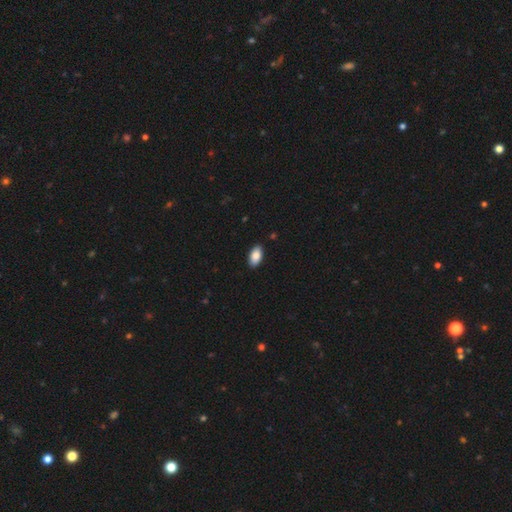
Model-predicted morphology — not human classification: This is clearly a smooth galaxy (84%). How rounded: clearly in between (94%). Merging: clearly none (90%).